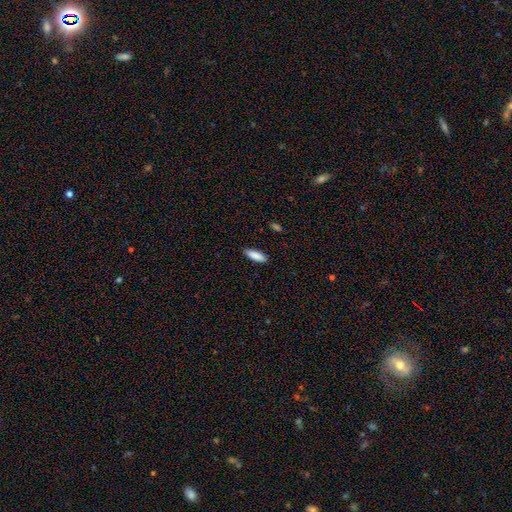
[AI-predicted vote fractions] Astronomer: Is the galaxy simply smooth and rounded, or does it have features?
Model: smooth — 88%.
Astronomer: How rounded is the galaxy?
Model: in between — 50% (runner-up: cigar-shaped, 48%).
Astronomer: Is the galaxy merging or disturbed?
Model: none — 88%.